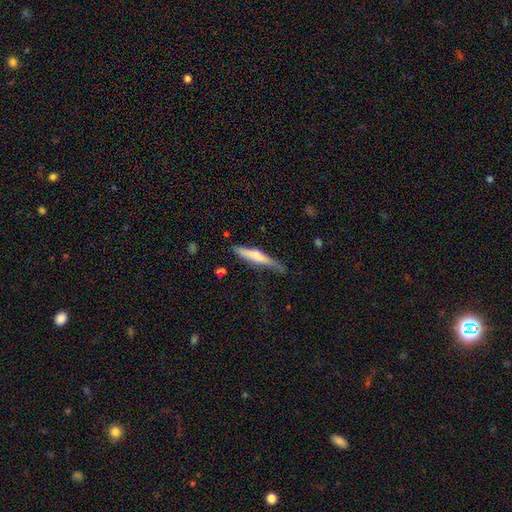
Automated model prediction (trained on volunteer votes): Smooth or featured? Predicted: smooth (p=0.59). How rounded? Predicted: cigar-shaped (p=0.89). Merging? Predicted: none (p=0.66).